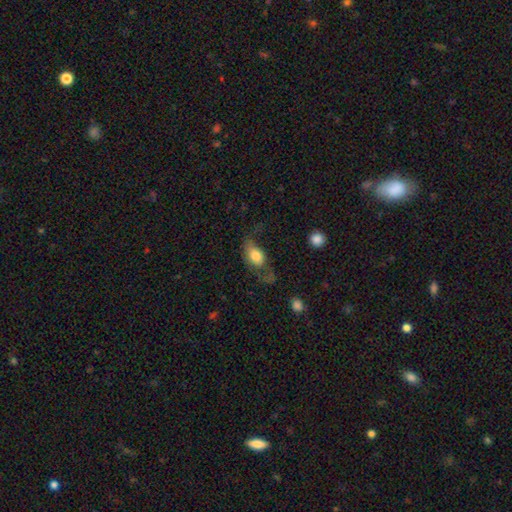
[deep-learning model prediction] Smooth or featured: smooth — 68% (featured or disk — 24%)
How rounded: in between — 86% (round — 10%)
Merging: major disturbance — 37% (none — 34%)